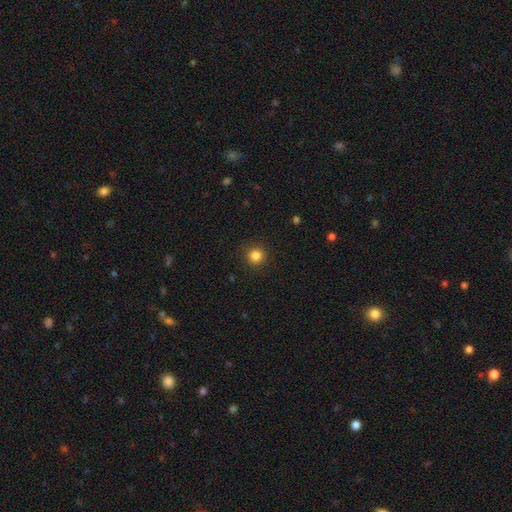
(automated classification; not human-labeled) Smooth or featured?
  - smooth: 84% *
  - star or artifact: 12%
  - featured or disk: 4%
How rounded?
  - round: 94% *
  - in between: 5%
  - cigar-shaped: 1%
Merging?
  - none: 91% *
  - minor disturbance: 6%
  - major disturbance: 2%
  - merger: 1%